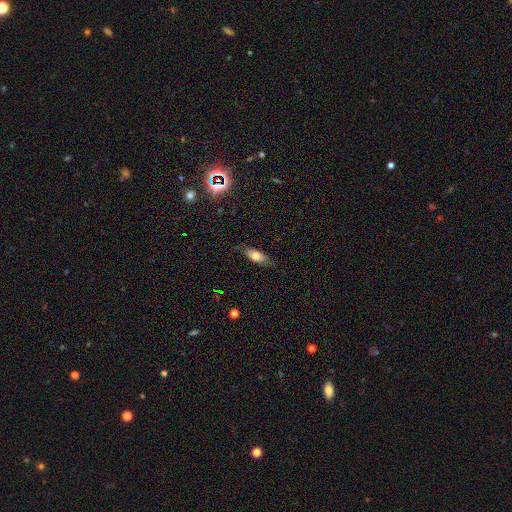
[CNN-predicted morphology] smooth-or-featured: smooth: 69% | featured or disk: 22% | star or artifact: 9%
  how-rounded: in between: 74% | cigar-shaped: 23% | round: 4%
  merging: none: 76% | minor disturbance: 19% | major disturbance: 4% | merger: 1%